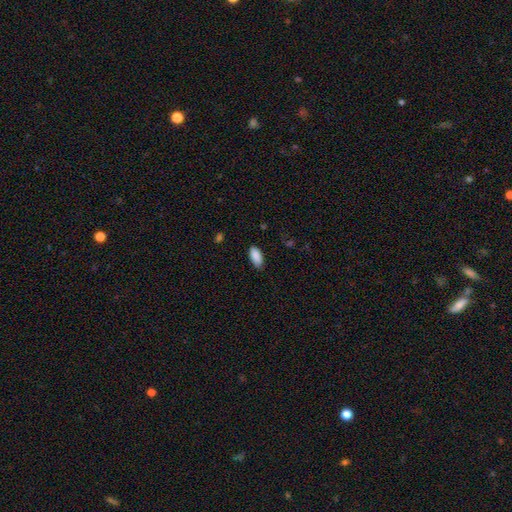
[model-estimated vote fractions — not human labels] smooth 90%, star or artifact 6%, featured or disk 4%. Down the decision tree: how rounded — in between (91%); merging — none (82%).